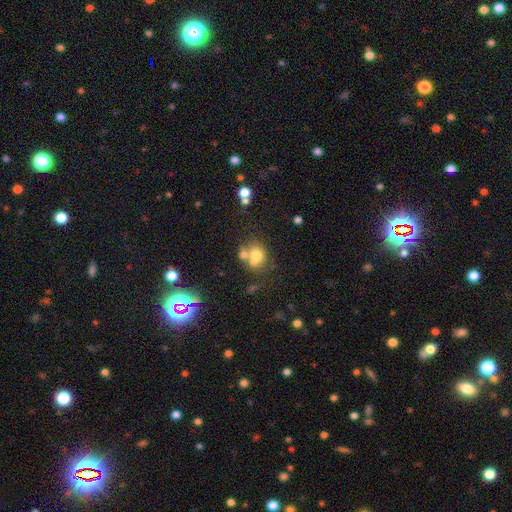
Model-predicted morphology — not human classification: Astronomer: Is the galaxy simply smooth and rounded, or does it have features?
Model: smooth — 67%.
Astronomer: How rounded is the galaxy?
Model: round — 70%.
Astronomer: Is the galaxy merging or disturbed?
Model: none — 42% (runner-up: merger, 40%).